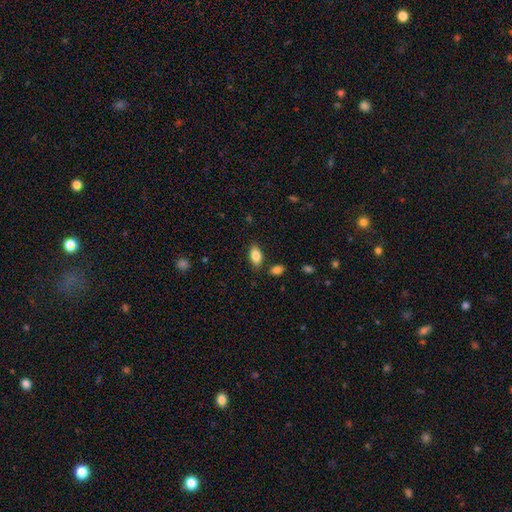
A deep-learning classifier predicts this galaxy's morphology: Smooth or featured?
  - smooth: 85% *
  - featured or disk: 8%
  - star or artifact: 7%
How rounded?
  - in between: 92% *
  - cigar-shaped: 4%
  - round: 4%
Merging?
  - none: 83% *
  - minor disturbance: 11%
  - merger: 4%
  - major disturbance: 3%